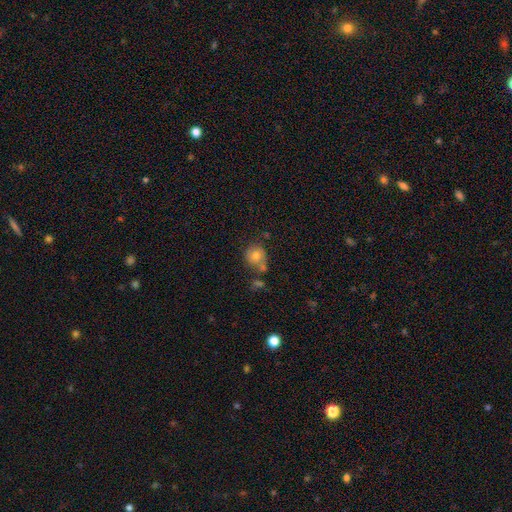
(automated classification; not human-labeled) The model was most divided on "merging": none: 53%, merger: 22%, minor disturbance: 18%, major disturbance: 7%. More confident: how rounded — round (82%); smooth or featured — smooth (71%).